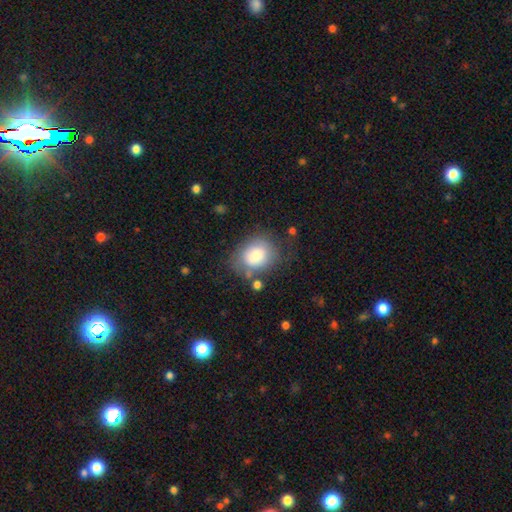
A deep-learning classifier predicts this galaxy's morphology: smooth-or-featured: smooth: 75% | featured or disk: 16% | star or artifact: 8%
  how-rounded: round: 56% | in between: 43% | cigar-shaped: 1%
  merging: none: 62% | minor disturbance: 21% | major disturbance: 11% | merger: 6%